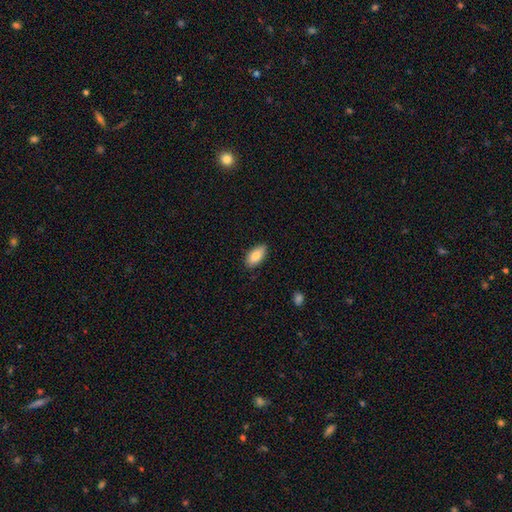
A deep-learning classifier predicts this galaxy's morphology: Smooth or featured? Predicted: smooth (p=0.82). How rounded? Predicted: in between (p=0.91). Merging? Predicted: none (p=0.86).